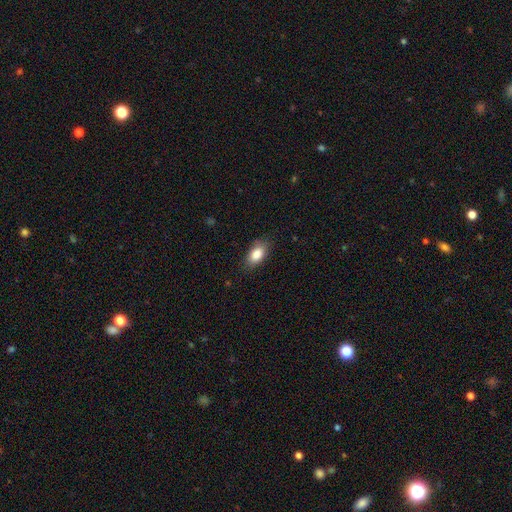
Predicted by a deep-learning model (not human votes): Q: Smooth or featured?
A: smooth (85%); runner-up: featured or disk (8%)
Q: How rounded?
A: in between (90%); runner-up: round (6%)
Q: Merging?
A: none (81%); runner-up: minor disturbance (15%)